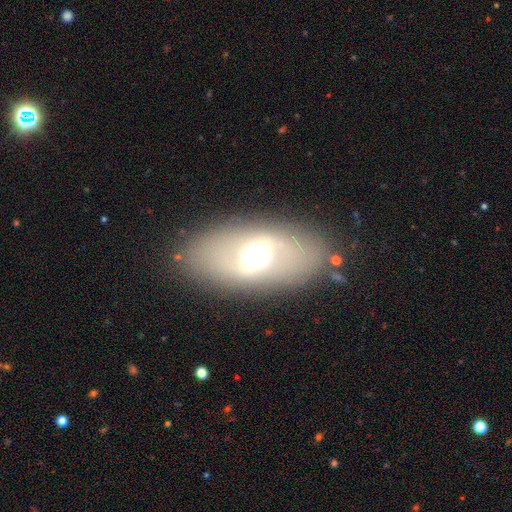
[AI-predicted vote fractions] Morphology: type=smooth (47%); merging=none (82%).